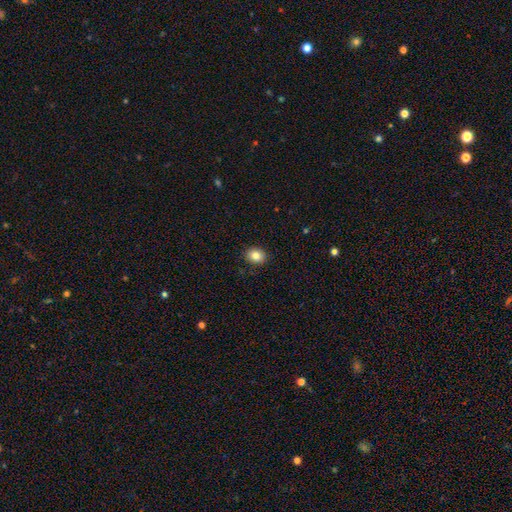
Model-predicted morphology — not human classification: smooth-or-featured: smooth: 84% | star or artifact: 9% | featured or disk: 7%
  how-rounded: in between: 54% | round: 46% | cigar-shaped: 1%
  merging: none: 89% | minor disturbance: 8% | major disturbance: 2% | merger: 1%